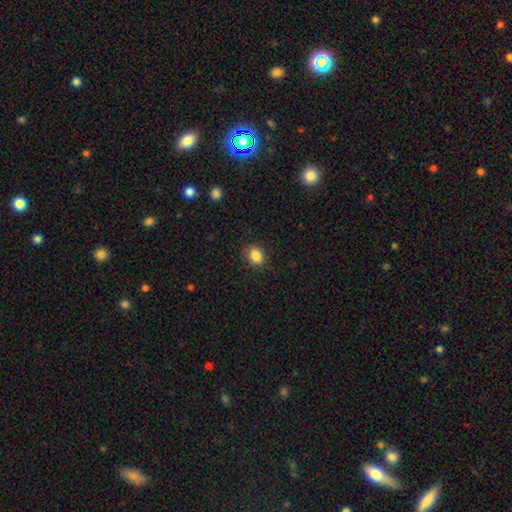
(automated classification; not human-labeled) This appears to be a smooth galaxy with no disk features (85%) that is round (50%). Merging: none (83%).